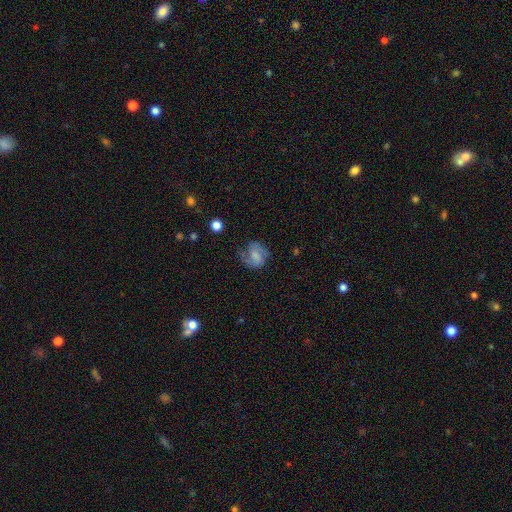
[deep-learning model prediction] smooth-or-featured: featured or disk: 59% | smooth: 32% | star or artifact: 9%
  disk-edge-on: no: 98% | yes: 2%
    bar: weak: 44% | no: 43% | strong: 12%
    has-spiral-arms: yes: 90% | no: 10%
      spiral-winding: medium: 49% | tight: 27% | loose: 23%
      spiral-arm-count: 2: 76% | can't tell: 11% | 1: 7% | 3: 4% | 4: 1% | more than 4: 1%
    bulge-size: none: 35% | small: 27% | moderate: 26% | large: 9% | dominant: 2%
  merging: none: 64% | minor disturbance: 22% | major disturbance: 12% | merger: 2%